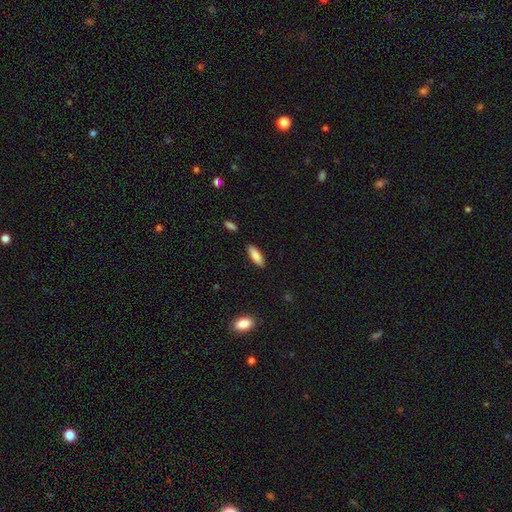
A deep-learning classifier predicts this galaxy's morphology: The model was most divided on "how rounded": in between: 61%, cigar-shaped: 37%, round: 2%. More confident: merging — none (88%); smooth or featured — smooth (87%).